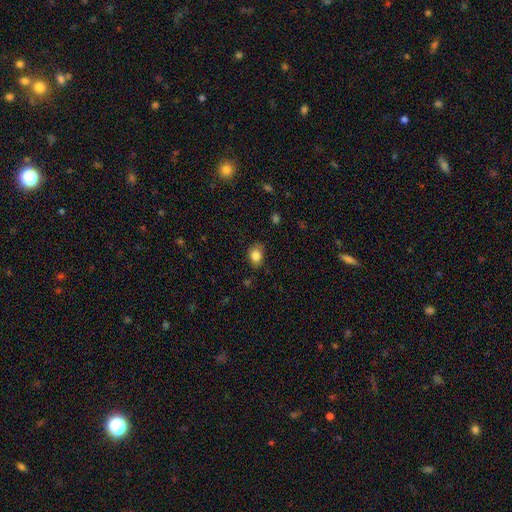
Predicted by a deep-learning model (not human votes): smooth-or-featured: smooth: 84% | star or artifact: 10% | featured or disk: 7%
  how-rounded: in between: 55% | round: 44% | cigar-shaped: 1%
  merging: none: 71% | minor disturbance: 23% | major disturbance: 5% | merger: 1%